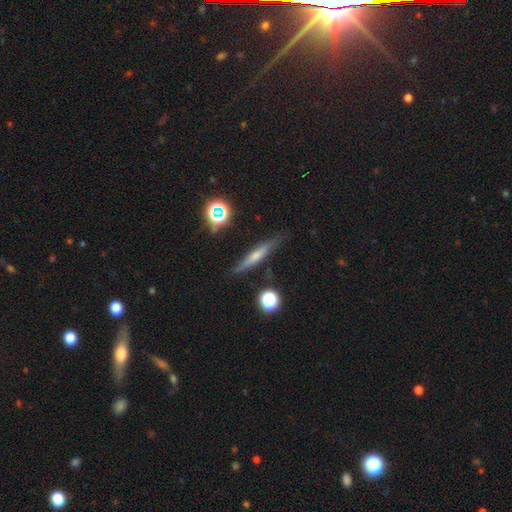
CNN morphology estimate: smooth_or_featured: featured or disk (p=0.50) [alt: smooth p=0.39]
merging: none (p=0.83) [alt: minor disturbance p=0.12]